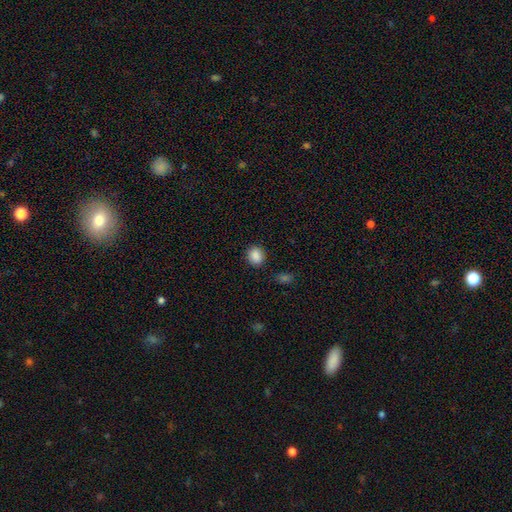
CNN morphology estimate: This is clearly a smooth galaxy (88%). How rounded: likely round (65%). Merging: clearly none (86%).